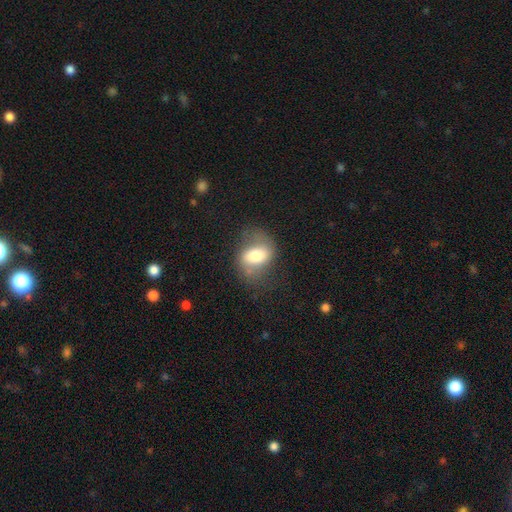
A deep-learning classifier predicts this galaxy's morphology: type=smooth (51%); roundness=in between (74%); merging=none (57%).